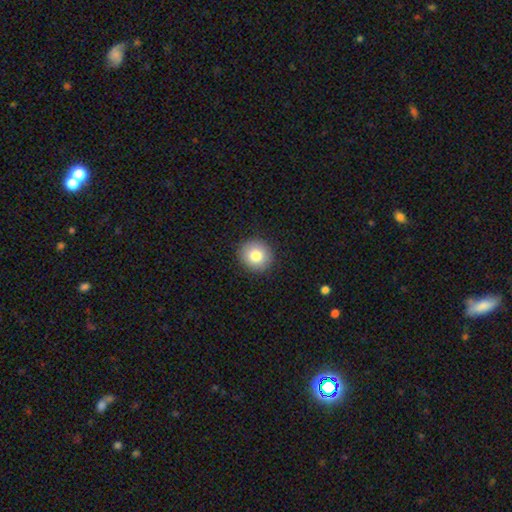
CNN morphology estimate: This is clearly a smooth galaxy (82%). How rounded: clearly round (90%). Merging: clearly none (91%).